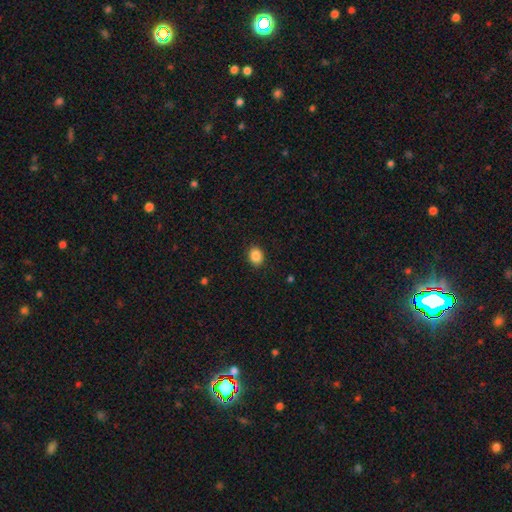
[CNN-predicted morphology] smooth 88%, star or artifact 9%, featured or disk 3%. Down the decision tree: how rounded — in between (50%); merging — none (90%).